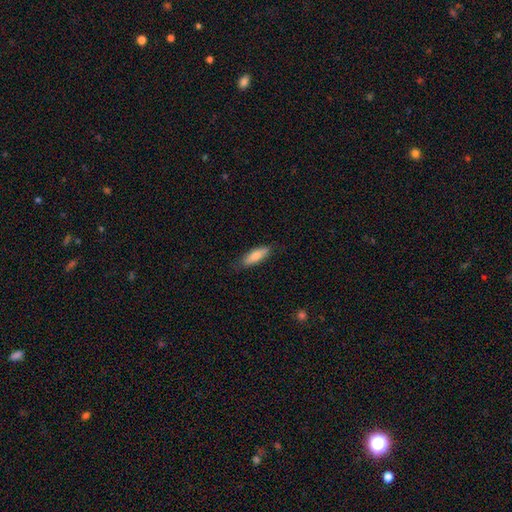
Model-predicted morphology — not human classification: Smooth or featured? smooth (80%)
How rounded? in between (52%)
Merging? none (82%)